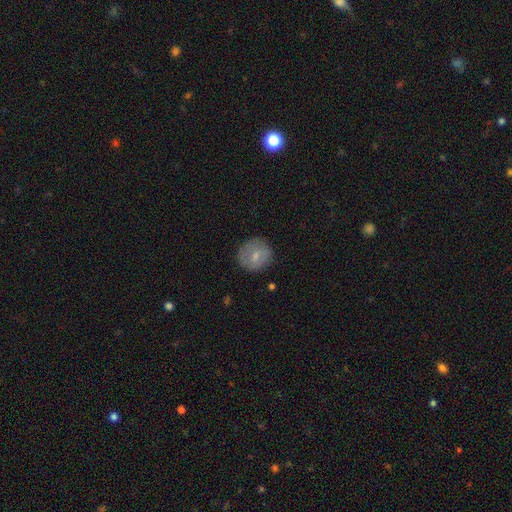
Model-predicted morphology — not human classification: Overall: smooth (68%). How rounded: round (87%). Merging: none (79%).